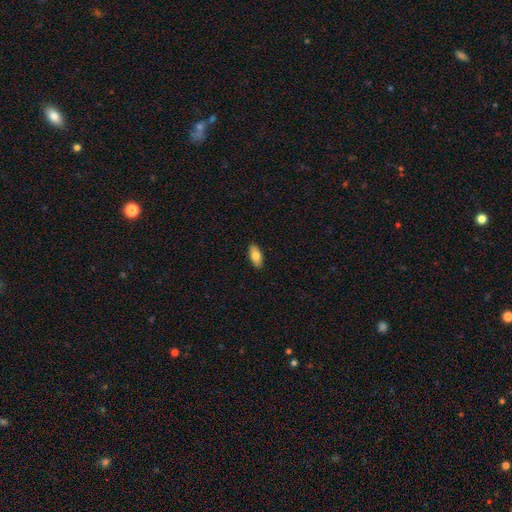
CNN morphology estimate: A smooth galaxy with no disk features (79%) that is in between round and cigar-shaped (87%).

Vote fractions:
- Smooth or featured? smooth: 79% / featured or disk: 15% / star or artifact: 6%
- How rounded? in between: 87% / cigar-shaped: 11% / round: 3%
- Merging? none: 90% / minor disturbance: 8% / major disturbance: 2% / merger: 1%